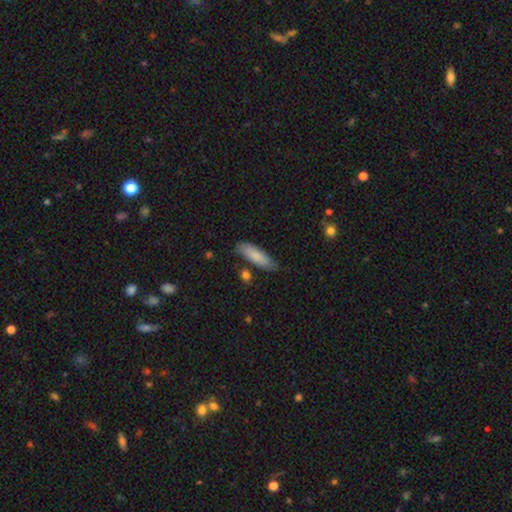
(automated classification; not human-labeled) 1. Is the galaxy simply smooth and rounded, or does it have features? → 84% smooth, 11% featured or disk, 6% star or artifact.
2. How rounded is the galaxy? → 57% cigar-shaped, 42% in between, 2% round.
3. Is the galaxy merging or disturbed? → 79% none, 15% minor disturbance, 4% merger, 3% major disturbance.